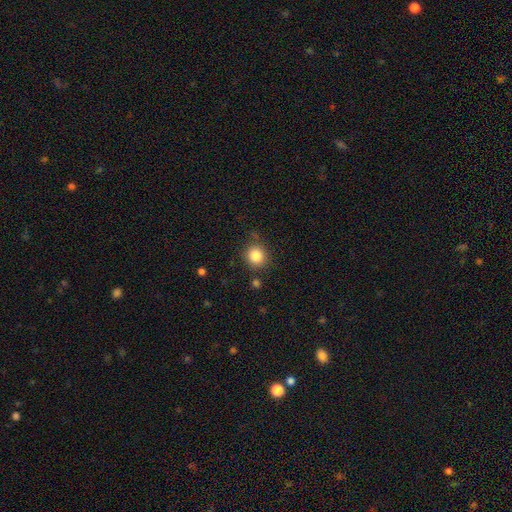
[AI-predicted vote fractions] smooth-or-featured: smooth: 84% | star or artifact: 11% | featured or disk: 6%
  how-rounded: round: 88% | in between: 11% | cigar-shaped: 1%
  merging: none: 81% | minor disturbance: 12% | merger: 4% | major disturbance: 4%